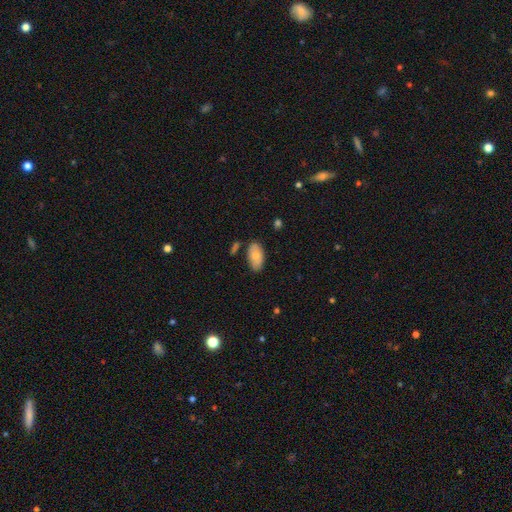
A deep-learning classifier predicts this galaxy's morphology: Smooth or featured? smooth (75%)
How rounded? in between (94%)
Merging? none (75%)